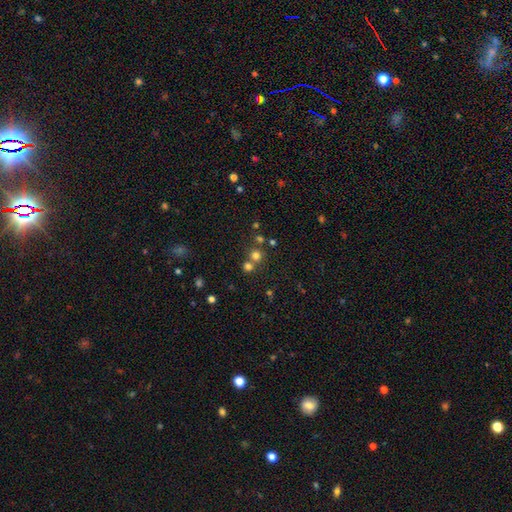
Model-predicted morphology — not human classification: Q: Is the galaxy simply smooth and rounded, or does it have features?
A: smooth — 68%.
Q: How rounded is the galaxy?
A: round — 90%.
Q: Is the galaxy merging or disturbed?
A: none — 60%.